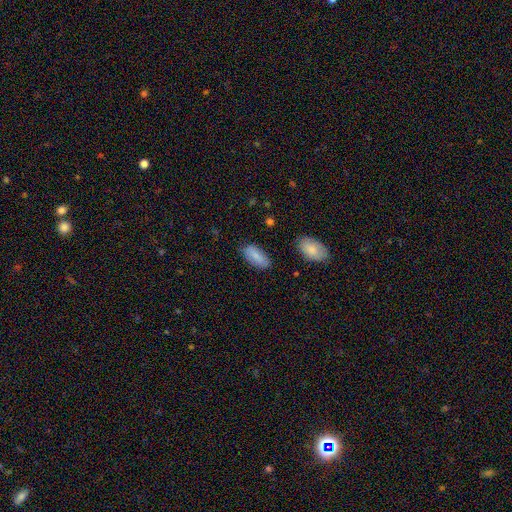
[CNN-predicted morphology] The model was most divided on "merging": none: 79%, minor disturbance: 15%, major disturbance: 3%, merger: 2%. More confident: how rounded — in between (89%); smooth or featured — smooth (82%).